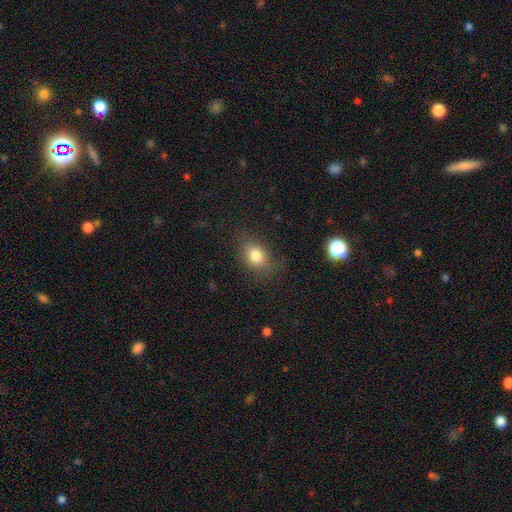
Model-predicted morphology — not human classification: The model was most divided on "how rounded": in between: 62%, round: 36%, cigar-shaped: 2%. More confident: smooth or featured — smooth (79%); merging — none (74%).